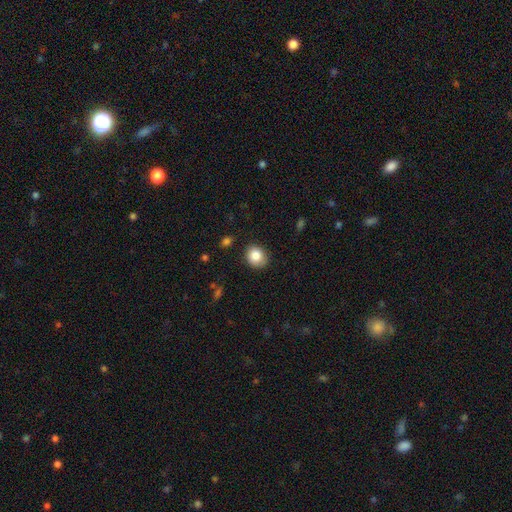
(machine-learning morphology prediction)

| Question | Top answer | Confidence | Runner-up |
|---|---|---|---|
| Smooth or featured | smooth | 86% | star or artifact (9%) |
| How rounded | round | 70% | in between (29%) |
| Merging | none | 82% | minor disturbance (14%) |